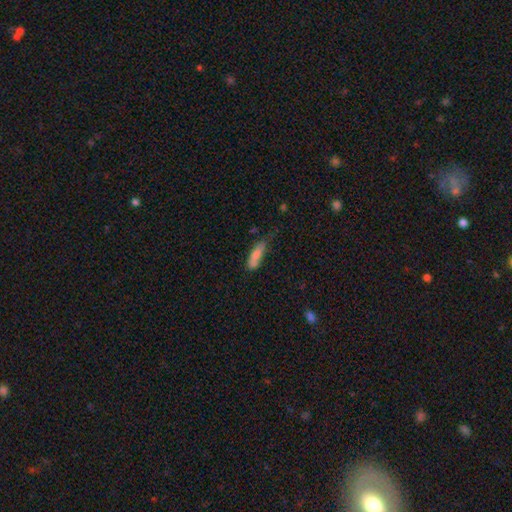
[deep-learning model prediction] smooth_or_featured: smooth (p=0.81) [alt: featured or disk p=0.12]
how_rounded: cigar-shaped (p=0.56) [alt: in between p=0.42]
merging: none (p=0.45) [alt: minor disturbance p=0.36]